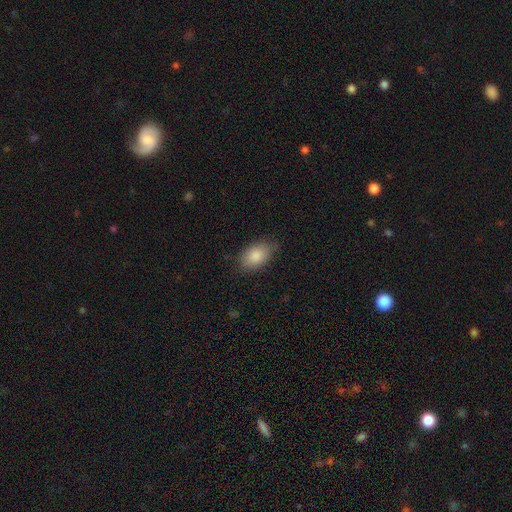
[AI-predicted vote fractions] Smooth or featured: smooth — 85% (star or artifact — 8%)
How rounded: in between — 88% (round — 10%)
Merging: none — 79% (minor disturbance — 17%)